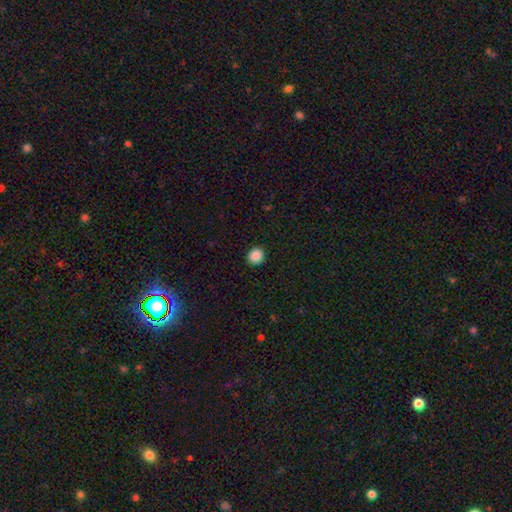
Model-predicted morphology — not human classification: A smooth galaxy with no disk features (88%) that is round (85%). Merging: none (93%).